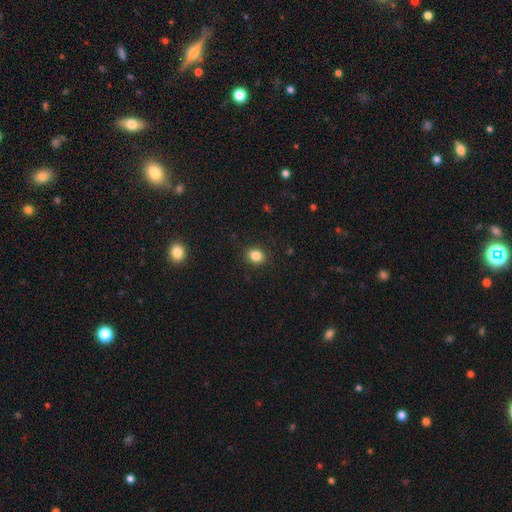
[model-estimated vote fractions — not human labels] The model was most divided on "how rounded": round: 54%, in between: 45%, cigar-shaped: 1%. More confident: merging — none (89%); smooth or featured — smooth (85%).